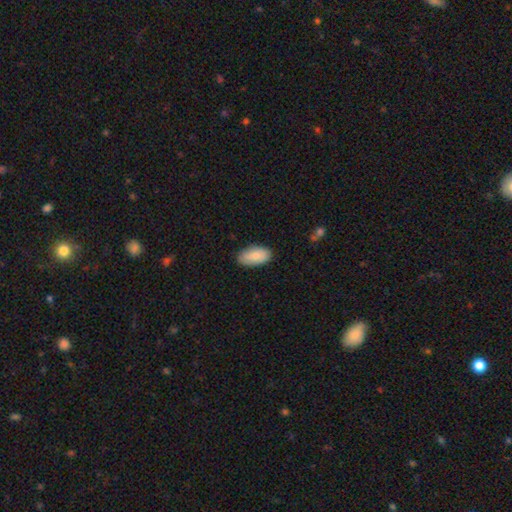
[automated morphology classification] Smooth or featured? smooth (84%)
How rounded? in between (95%)
Merging? none (85%)